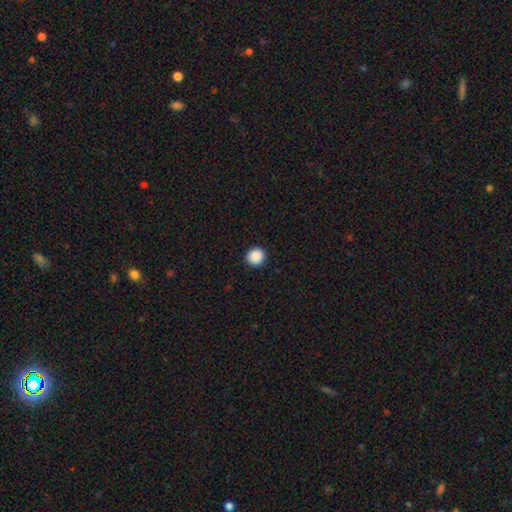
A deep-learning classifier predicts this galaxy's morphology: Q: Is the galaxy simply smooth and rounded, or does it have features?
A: smooth — 89%.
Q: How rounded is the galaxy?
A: round — 93%.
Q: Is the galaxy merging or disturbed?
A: none — 93%.